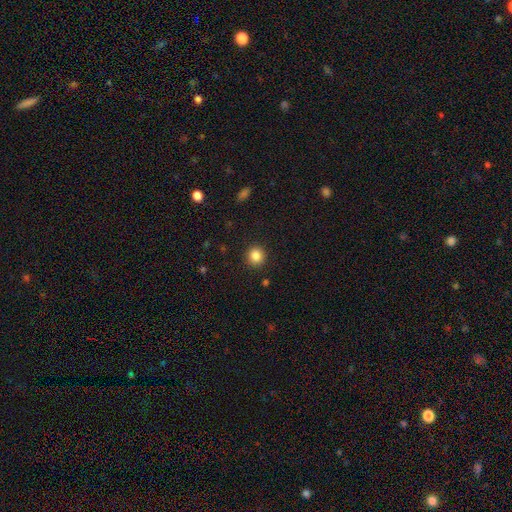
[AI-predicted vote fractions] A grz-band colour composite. It shows a smooth galaxy with no disk features (85%) that is round (91%). Merging: none (91%).